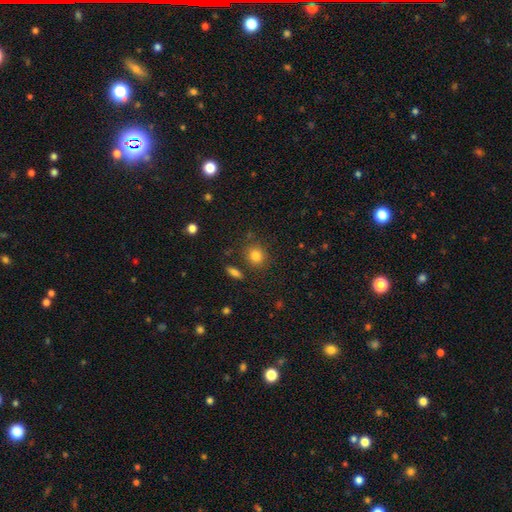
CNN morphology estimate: This is clearly a smooth galaxy (82%). How rounded: likely round (75%). Merging: clearly none (81%).